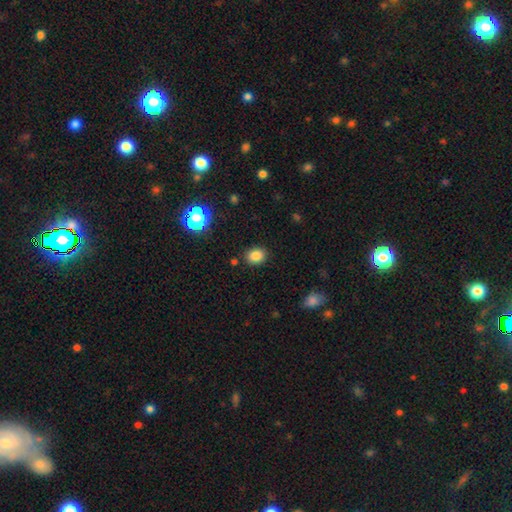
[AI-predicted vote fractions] This appears to be a smooth galaxy with no disk features (83%) that is round (55%). Merging: none (86%).